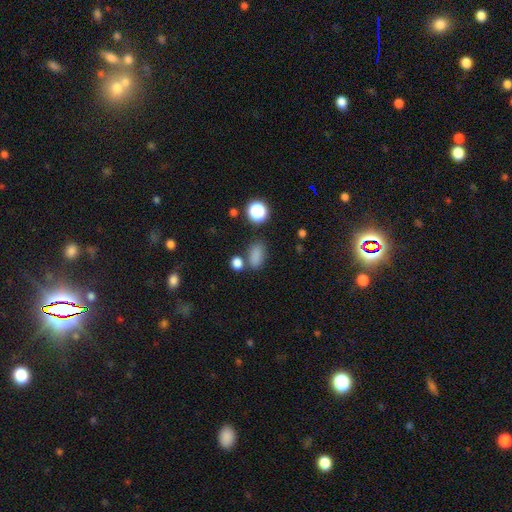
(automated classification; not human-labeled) Overall: smooth (81%). How rounded: in between (83%). Merging: none (68%).